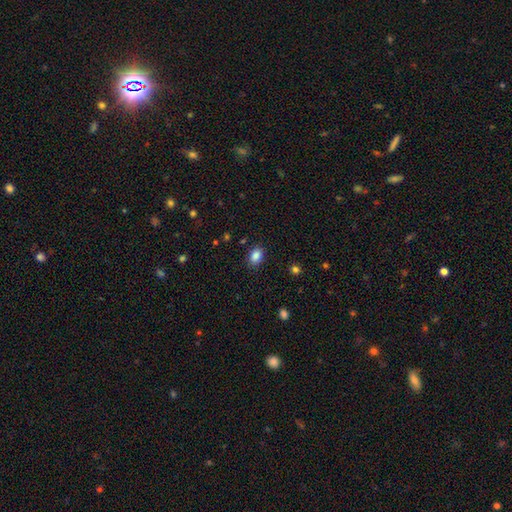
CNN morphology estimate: Smooth or featured: smooth — 87% (star or artifact — 9%)
How rounded: in between — 79% (round — 20%)
Merging: none — 87% (minor disturbance — 10%)